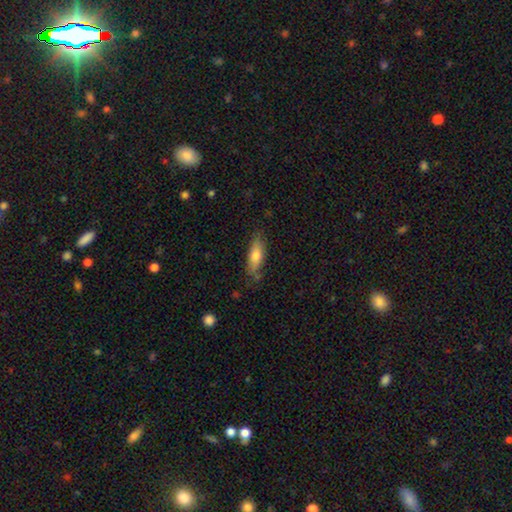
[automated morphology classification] A smooth galaxy with no disk features (70%) that is in between round and cigar-shaped (58%). Merging: none (74%).